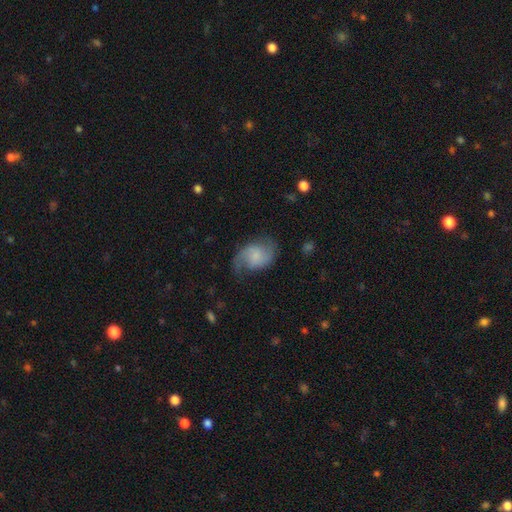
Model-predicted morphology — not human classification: Smooth or featured?
  - featured or disk: 67% *
  - smooth: 26%
  - star or artifact: 7%
Edge-on disk?
  - no: 97% *
  - yes: 3%
Bar?
  - no: 57% *
  - weak: 37%
  - strong: 7%
Spiral arms?
  - yes: 93% *
  - no: 7%
Spiral winding?
  - loose: 45% *
  - medium: 41%
  - tight: 14%
Spiral arm count?
  - 2: 86% *
  - 1: 5%
  - can't tell: 5%
  - 3: 1%
  - 4: 1%
  - more than 4: 1%
Bulge size?
  - small: 43% *
  - none: 25%
  - moderate: 23%
  - large: 6%
  - dominant: 2%
Merging?
  - none: 63% *
  - minor disturbance: 22%
  - major disturbance: 13%
  - merger: 2%